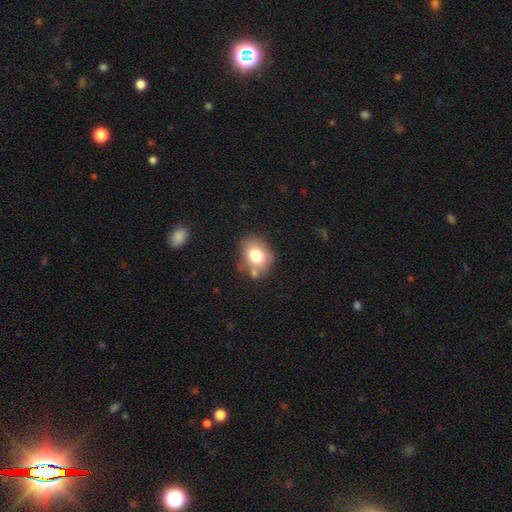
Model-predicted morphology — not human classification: A smooth galaxy with no disk features (77%) that is in between round and cigar-shaped (50%).

Vote fractions:
- Smooth or featured? smooth: 77% / featured or disk: 14% / star or artifact: 10%
- How rounded? in between: 50% / round: 49% / cigar-shaped: 1%
- Merging? none: 64% / minor disturbance: 19% / merger: 11% / major disturbance: 5%